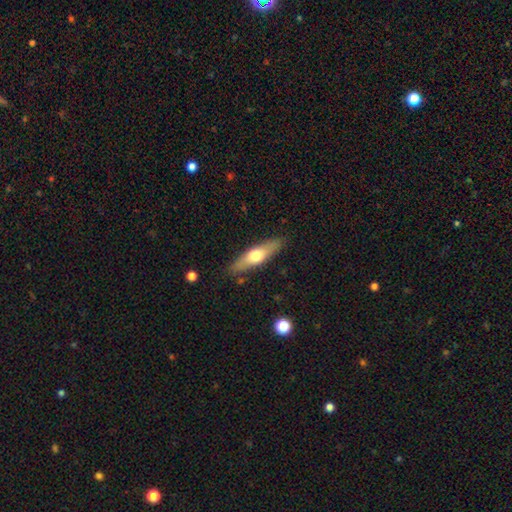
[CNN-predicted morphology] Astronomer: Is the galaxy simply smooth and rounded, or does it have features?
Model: smooth — 51% (runner-up: featured or disk, 44%).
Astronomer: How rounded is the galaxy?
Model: cigar-shaped — 66%.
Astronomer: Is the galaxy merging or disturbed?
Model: none — 86%.